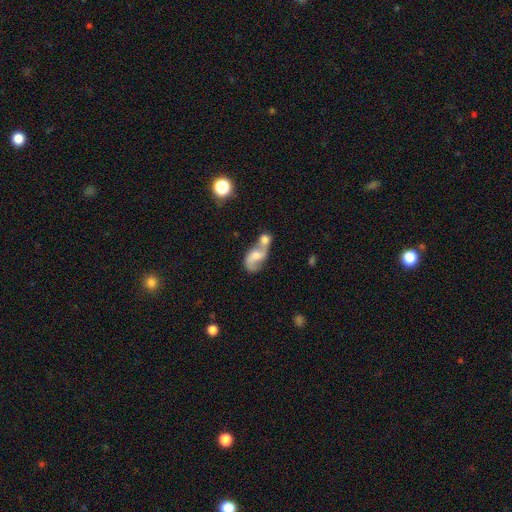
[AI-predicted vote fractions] smooth_or_featured: featured or disk (p=0.61) [alt: smooth p=0.29]
disk_edge_on: no (p=0.96) [alt: yes p=0.04]
bar: no (p=0.53) [alt: weak p=0.37]
has_spiral_arms: yes (p=0.81) [alt: no p=0.19]
bulge_size: moderate (p=0.41) [alt: small p=0.30]
merging: merger (p=0.65) [alt: none p=0.18]